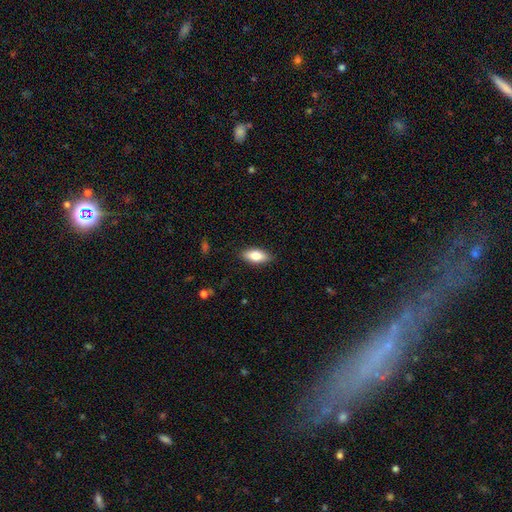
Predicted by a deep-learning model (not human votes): This appears to be a smooth galaxy with no disk features (78%) that is in between round and cigar-shaped (85%). Merging: none (87%).